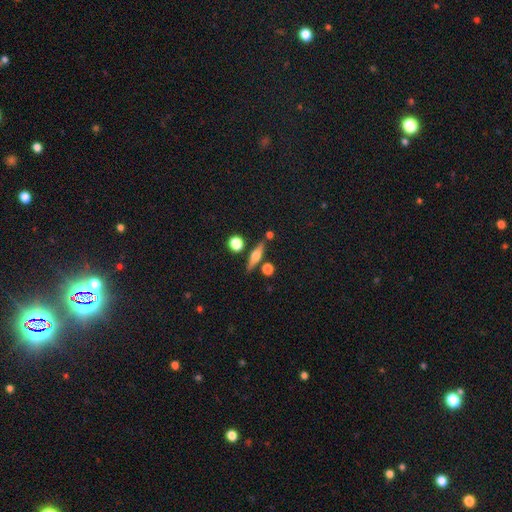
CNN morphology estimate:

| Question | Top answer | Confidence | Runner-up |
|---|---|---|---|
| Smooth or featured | featured or disk | 56% | smooth (35%) |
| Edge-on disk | yes | 94% | no (6%) |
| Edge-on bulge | rounded | 89% | boxy (8%) |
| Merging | none | 81% | minor disturbance (10%) |